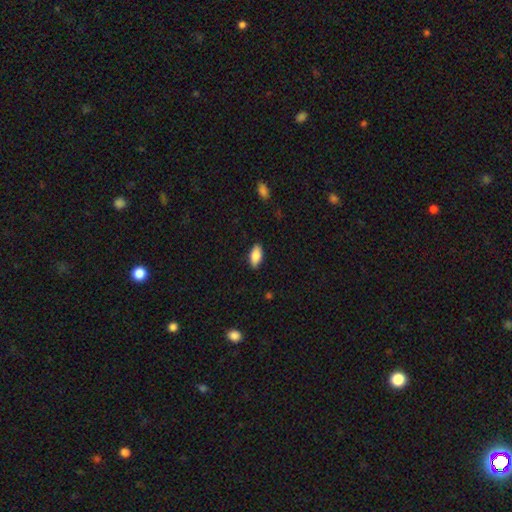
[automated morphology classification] Smooth or featured? smooth (86%)
How rounded? in between (90%)
Merging? none (87%)